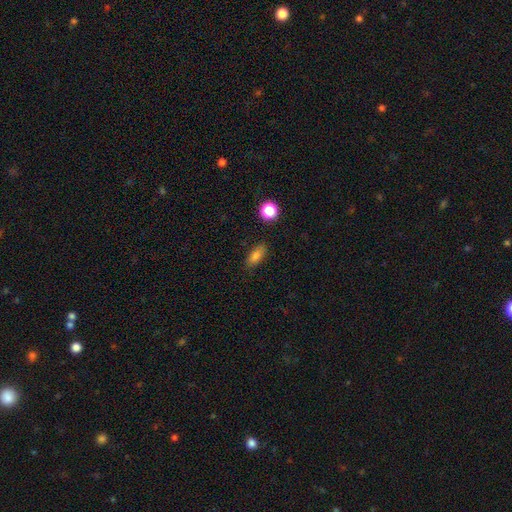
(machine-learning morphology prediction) The model was most divided on "how rounded": in between: 80%, cigar-shaped: 13%, round: 6%. More confident: merging — none (84%); smooth or featured — smooth (82%).